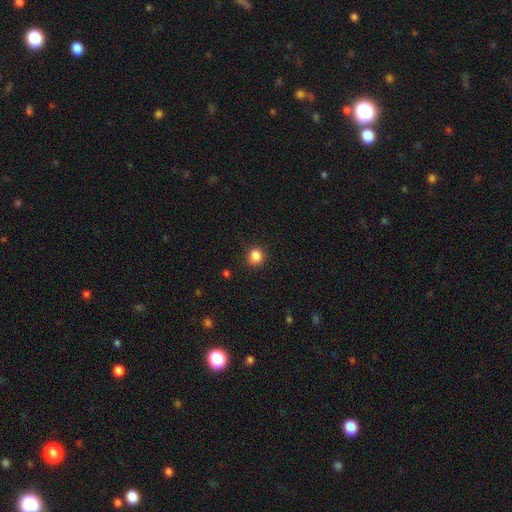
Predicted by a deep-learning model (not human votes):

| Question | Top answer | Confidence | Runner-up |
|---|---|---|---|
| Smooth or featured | smooth | 86% | star or artifact (11%) |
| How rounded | round | 88% | in between (11%) |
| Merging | none | 90% | minor disturbance (7%) |